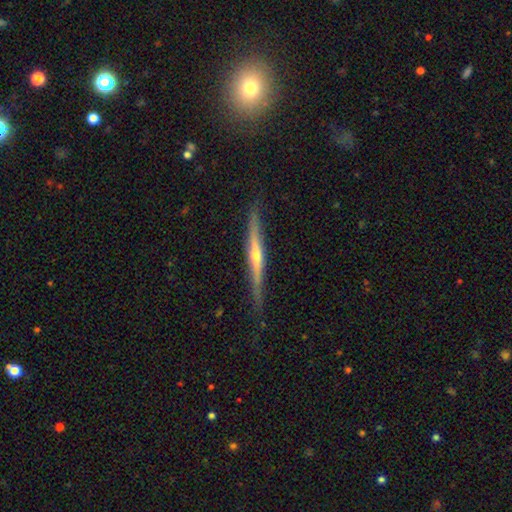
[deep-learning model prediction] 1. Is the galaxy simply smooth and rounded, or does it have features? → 77% featured or disk, 18% smooth, 6% star or artifact.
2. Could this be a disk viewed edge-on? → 97% yes, 3% no.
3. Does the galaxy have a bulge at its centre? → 77% rounded, 19% none, 5% boxy.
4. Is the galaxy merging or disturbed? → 83% none, 14% minor disturbance, 2% major disturbance, 1% merger.